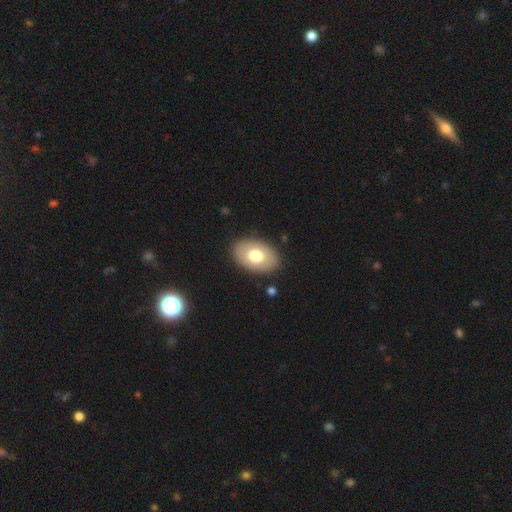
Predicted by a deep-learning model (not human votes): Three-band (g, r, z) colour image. It shows a smooth galaxy with no disk features (71%) that is in between round and cigar-shaped (88%). Merging: none (87%).